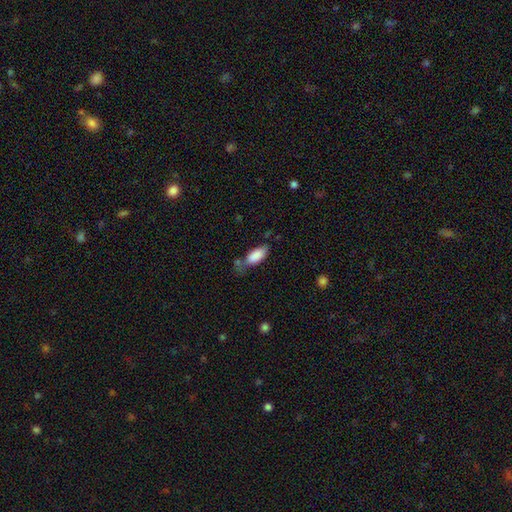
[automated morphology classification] A smooth galaxy with no disk features (86%) that is in between round and cigar-shaped (86%). Merging: none (45%).